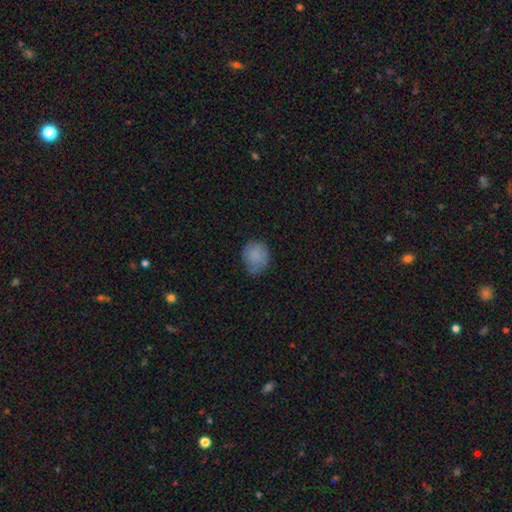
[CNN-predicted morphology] type=smooth (84%); roundness=round (72%); merging=none (63%).